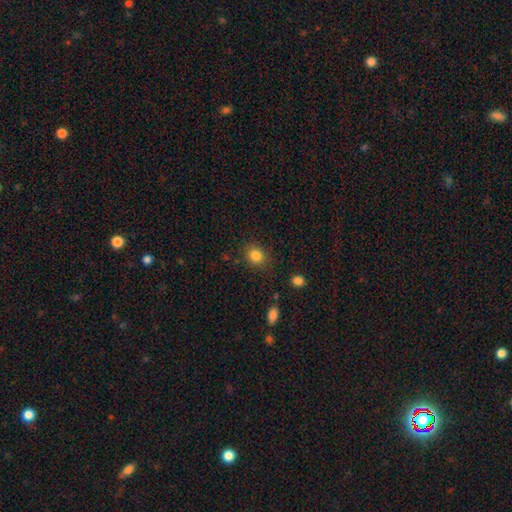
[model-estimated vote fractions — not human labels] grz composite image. It shows a smooth galaxy with no disk features (84%) that is round (70%). Merging: none (82%).